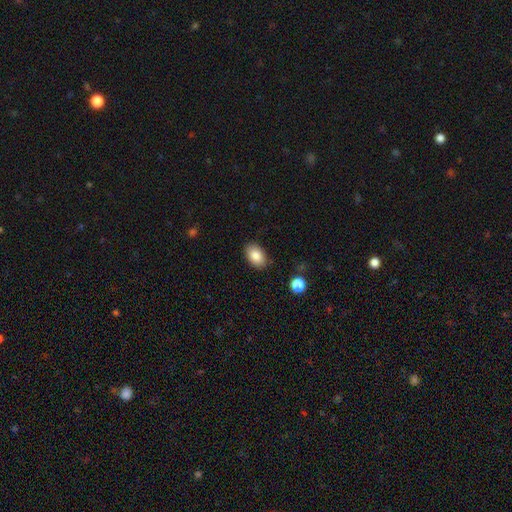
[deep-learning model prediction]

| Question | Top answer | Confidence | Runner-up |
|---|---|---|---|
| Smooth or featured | smooth | 85% | star or artifact (8%) |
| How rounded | in between | 88% | round (11%) |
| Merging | none | 85% | minor disturbance (11%) |